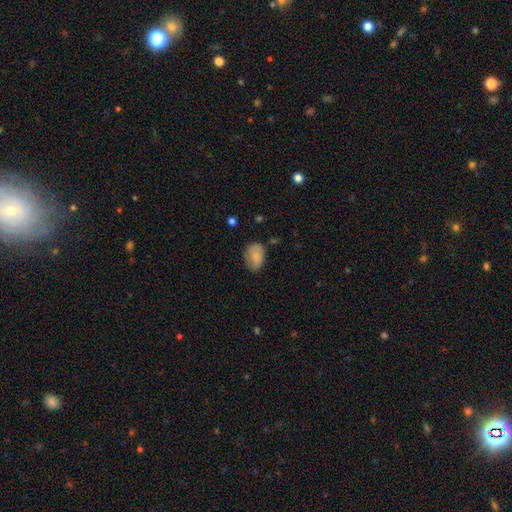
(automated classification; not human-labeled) Smooth or featured?
  - smooth: 78% *
  - featured or disk: 15%
  - star or artifact: 8%
How rounded?
  - in between: 77% *
  - round: 21%
  - cigar-shaped: 1%
Merging?
  - none: 61% *
  - minor disturbance: 28%
  - major disturbance: 8%
  - merger: 3%